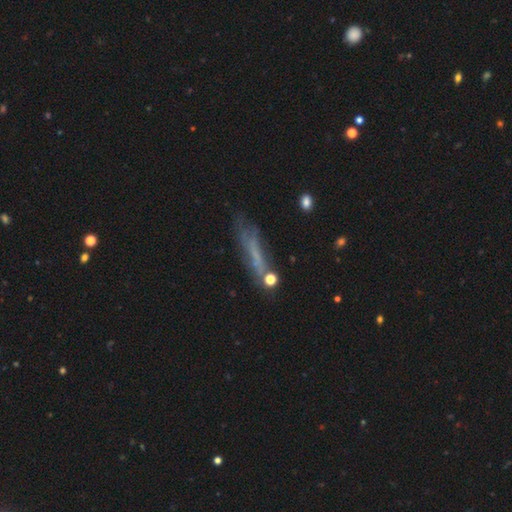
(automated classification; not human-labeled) Smooth or featured: smooth — 46% (featured or disk — 39%)
Merging: none — 55% (minor disturbance — 24%)